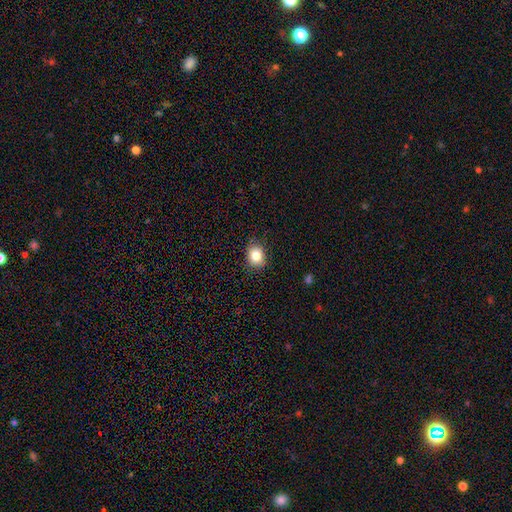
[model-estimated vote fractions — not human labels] smooth_or_featured: smooth (p=0.82) [alt: star or artifact p=0.10]
how_rounded: round (p=0.53) [alt: in between p=0.46]
merging: none (p=0.87) [alt: minor disturbance p=0.10]